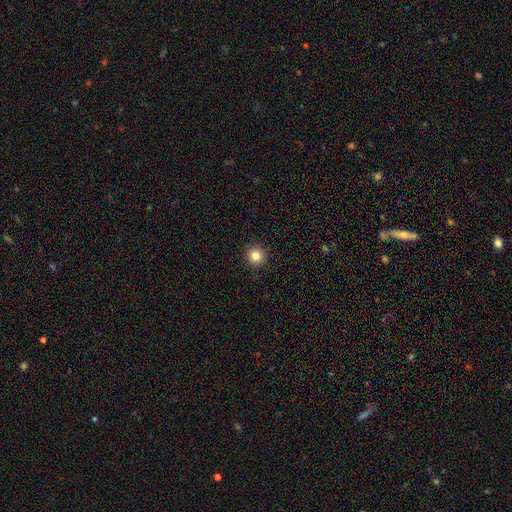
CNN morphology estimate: This is clearly a smooth galaxy (83%). How rounded: clearly round (95%). Merging: clearly none (93%).